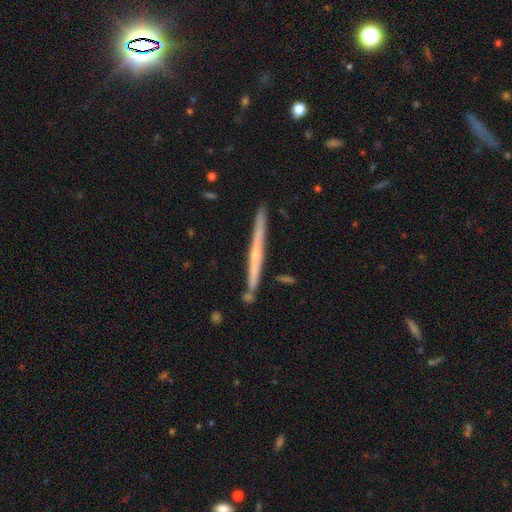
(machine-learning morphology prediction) Smooth or featured?
  - featured or disk: 69% *
  - smooth: 25%
  - star or artifact: 6%
Edge-on disk?
  - yes: 98% *
  - no: 2%
Edge-on bulge?
  - none: 48% *
  - rounded: 47%
  - boxy: 5%
Merging?
  - none: 87% *
  - minor disturbance: 9%
  - merger: 3%
  - major disturbance: 2%